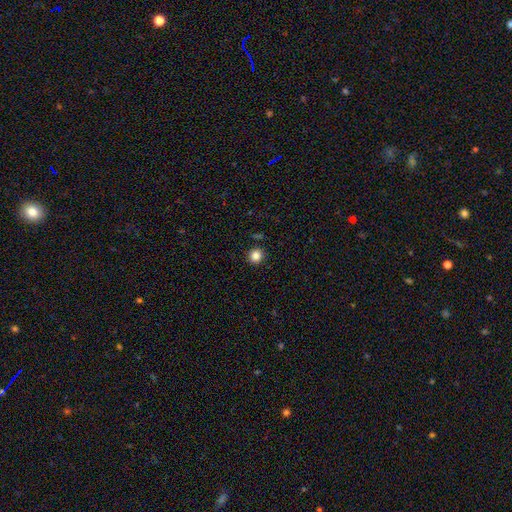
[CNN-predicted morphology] Q: Smooth or featured?
A: smooth (84%); runner-up: star or artifact (11%)
Q: How rounded?
A: round (93%); runner-up: in between (6%)
Q: Merging?
A: none (91%); runner-up: minor disturbance (5%)